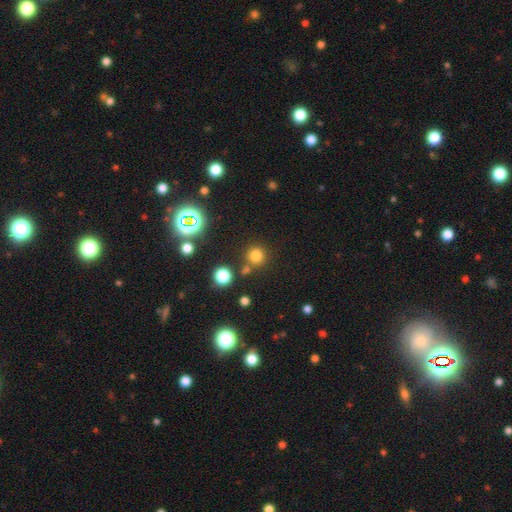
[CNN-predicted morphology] Overall: smooth (73%). How rounded: round (93%). Merging: none (78%).